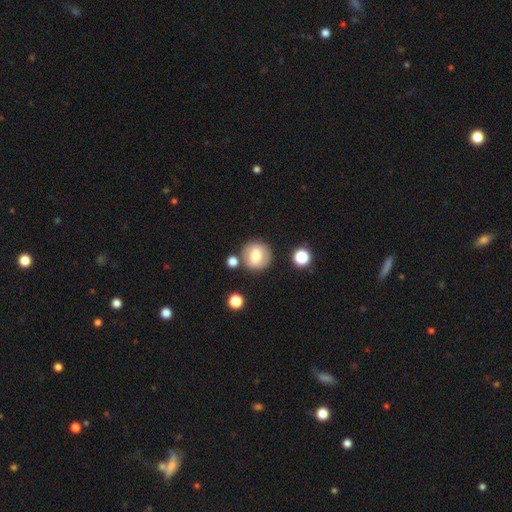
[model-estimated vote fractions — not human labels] smooth-or-featured: smooth: 70% | featured or disk: 21% | star or artifact: 9%
  how-rounded: round: 87% | in between: 12% | cigar-shaped: 1%
  merging: none: 78% | minor disturbance: 11% | merger: 7% | major disturbance: 4%